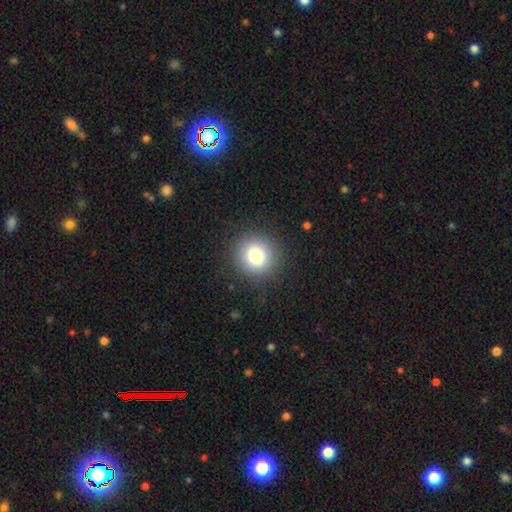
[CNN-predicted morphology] Q: Smooth or featured?
A: smooth (80%); runner-up: star or artifact (12%)
Q: How rounded?
A: round (90%); runner-up: in between (9%)
Q: Merging?
A: none (89%); runner-up: minor disturbance (7%)